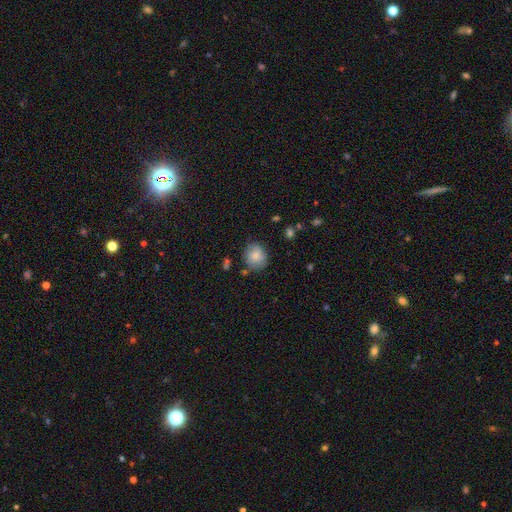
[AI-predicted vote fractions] This appears to be a smooth galaxy with no disk features (81%) that is round (72%). Merging: none (76%).